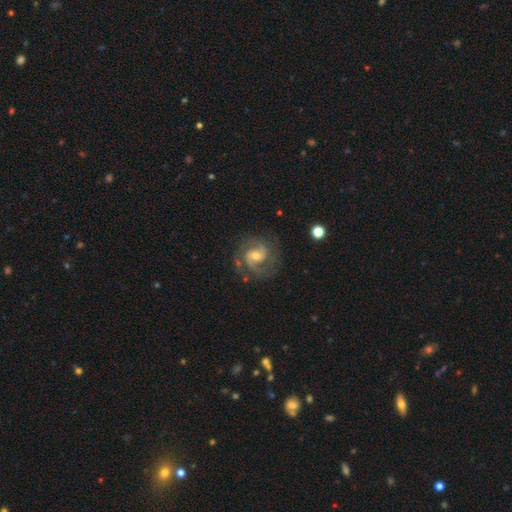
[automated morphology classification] Overall: featured or disk (88%). Edge-on disk: no (98%). Bar: weak (48%; no 40%). Spiral arms: yes (97%). Spiral arm count: 2 (77%). Spiral winding: medium (53%; tight 34%). Bulge size: moderate (53%; small 41%). Merging: none (75%).